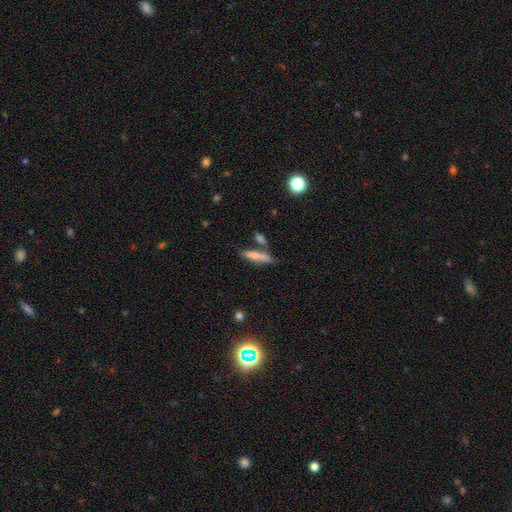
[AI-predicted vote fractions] This appears to be a smooth galaxy with no disk features (67%) that is cigar-shaped (76%). Merging: none (58%).